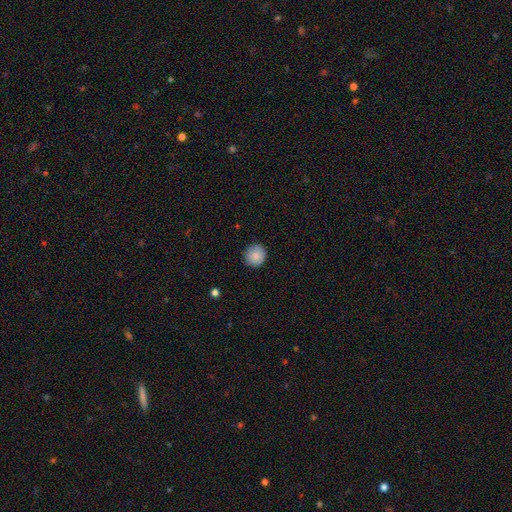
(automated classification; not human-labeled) A smooth galaxy with no disk features (88%) that is round (94%). Merging: none (89%).